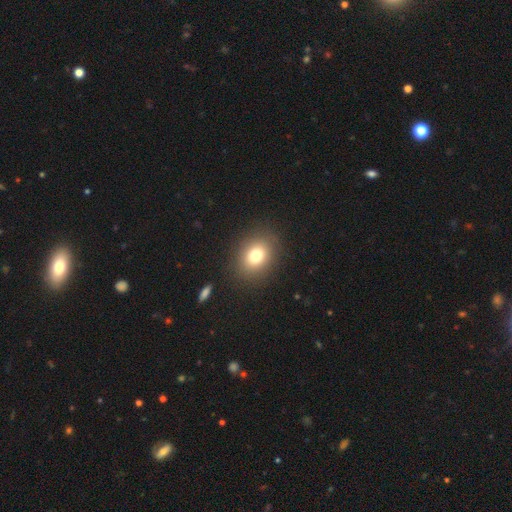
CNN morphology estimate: Smooth or featured? Predicted: smooth (p=0.77). How rounded? Predicted: in between (p=0.52). Merging? Predicted: none (p=0.87).